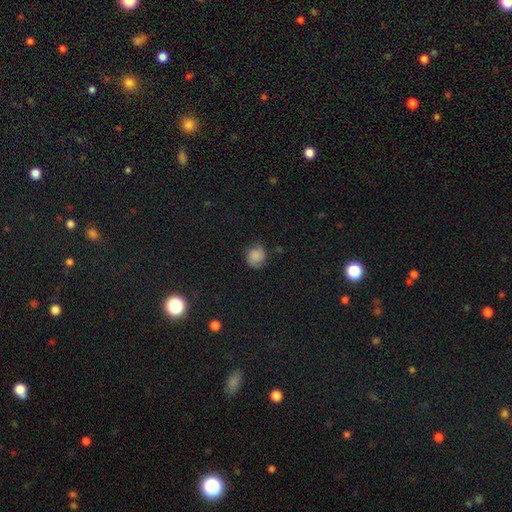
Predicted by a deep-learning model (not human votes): This is likely a smooth galaxy (67%). How rounded: likely round (80%). Merging: likely none (72%).